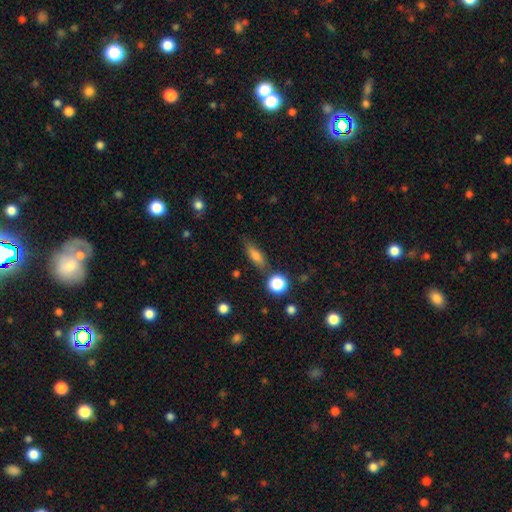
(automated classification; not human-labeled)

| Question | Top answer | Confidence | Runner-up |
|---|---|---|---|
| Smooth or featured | smooth | 71% | featured or disk (18%) |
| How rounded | in between | 48% | cigar-shaped (45%) |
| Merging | none | 77% | minor disturbance (14%) |